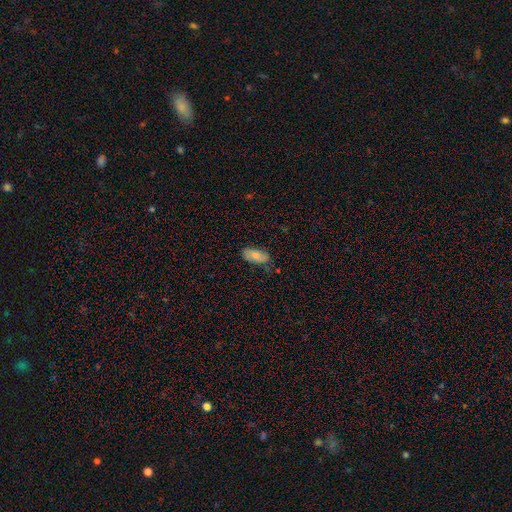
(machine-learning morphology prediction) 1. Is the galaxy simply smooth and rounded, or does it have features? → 79% smooth, 14% featured or disk, 7% star or artifact.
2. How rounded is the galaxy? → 87% in between, 10% cigar-shaped, 2% round.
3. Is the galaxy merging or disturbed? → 73% none, 21% minor disturbance, 4% major disturbance, 2% merger.